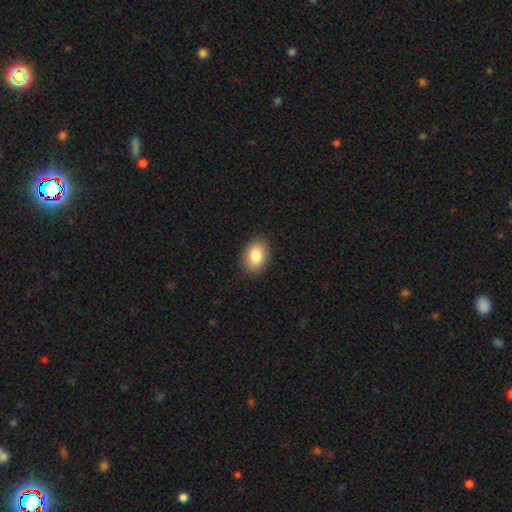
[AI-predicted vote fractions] Q: Smooth or featured?
A: smooth (85%); runner-up: featured or disk (8%)
Q: How rounded?
A: in between (80%); runner-up: round (18%)
Q: Merging?
A: none (88%); runner-up: minor disturbance (9%)